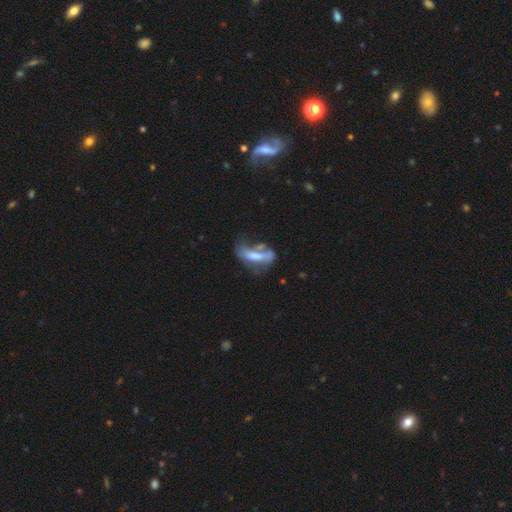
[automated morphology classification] A smooth galaxy with no disk features (49%). Merging: major disturbance (36%).